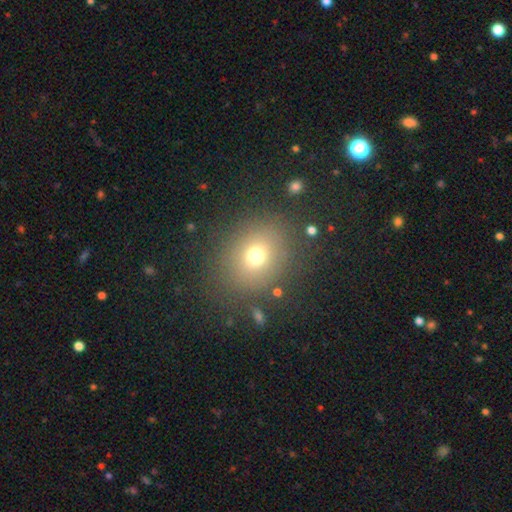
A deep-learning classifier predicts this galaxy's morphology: Overall: smooth (71%). How rounded: round (73%). Merging: none (83%).